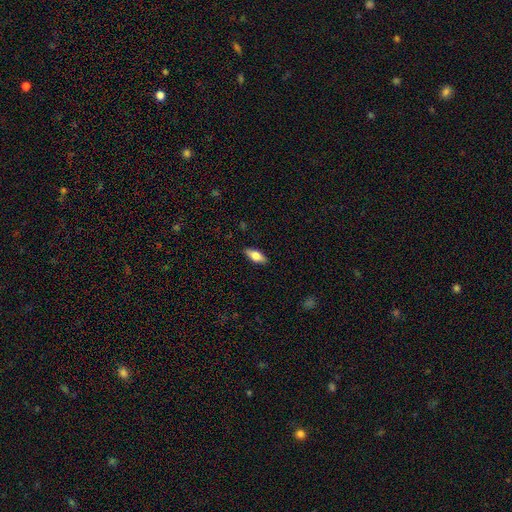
Morphology: type=smooth (71%); roundness=in between (74%); merging=none (87%).